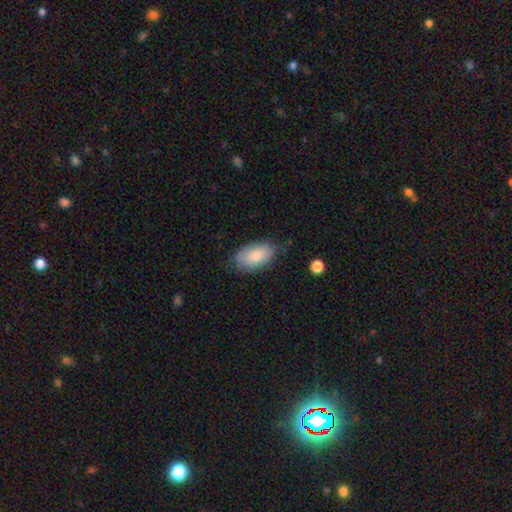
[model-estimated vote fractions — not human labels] Overall: smooth (82%). How rounded: in between (94%). Merging: none (67%).